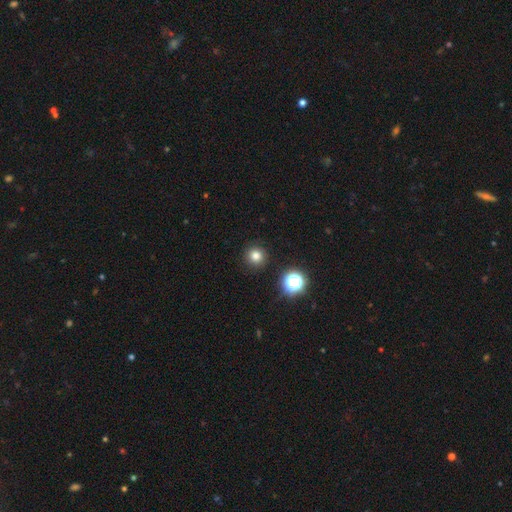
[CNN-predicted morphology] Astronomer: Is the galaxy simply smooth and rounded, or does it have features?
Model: smooth — 78%.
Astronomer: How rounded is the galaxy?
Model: round — 95%.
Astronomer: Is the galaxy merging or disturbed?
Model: none — 91%.